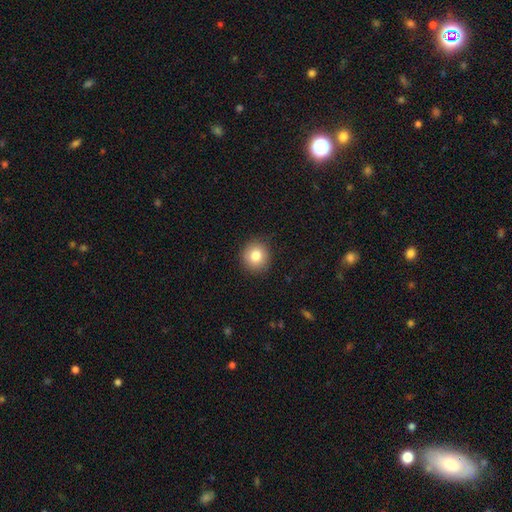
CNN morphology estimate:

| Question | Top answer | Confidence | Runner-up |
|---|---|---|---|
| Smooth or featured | smooth | 82% | star or artifact (10%) |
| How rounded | round | 90% | in between (9%) |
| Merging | none | 89% | minor disturbance (8%) |